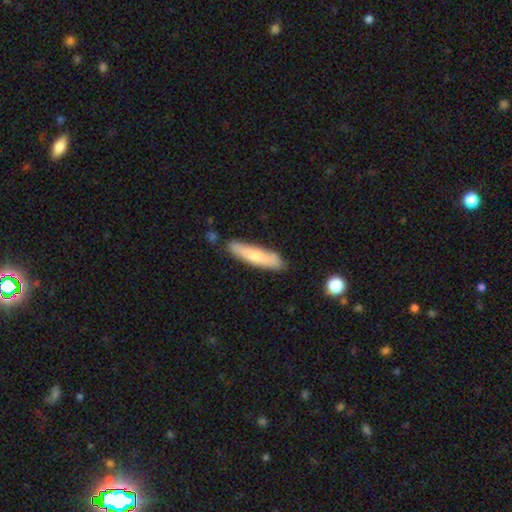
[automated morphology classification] This appears to be a smooth galaxy with no disk features (66%) that is cigar-shaped (79%). Merging: none (76%).